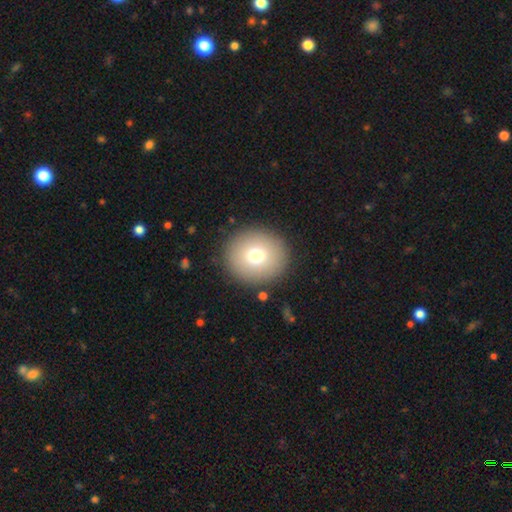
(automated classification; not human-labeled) Smooth or featured?
  - smooth: 74% *
  - featured or disk: 15%
  - star or artifact: 11%
How rounded?
  - round: 88% *
  - in between: 11%
  - cigar-shaped: 1%
Merging?
  - none: 90% *
  - minor disturbance: 6%
  - major disturbance: 3%
  - merger: 1%